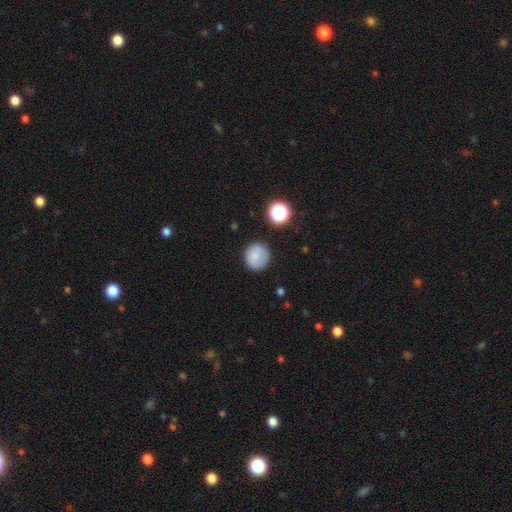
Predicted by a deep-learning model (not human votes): smooth 80%, star or artifact 10%, featured or disk 9%. Down the decision tree: how rounded — round (92%); merging — none (84%).